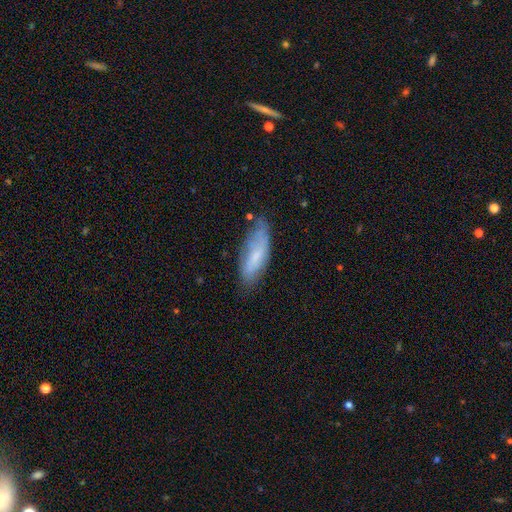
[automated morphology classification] Q: Smooth or featured?
A: smooth (63%); runner-up: featured or disk (30%)
Q: How rounded?
A: in between (60%); runner-up: cigar-shaped (39%)
Q: Merging?
A: none (59%); runner-up: minor disturbance (30%)